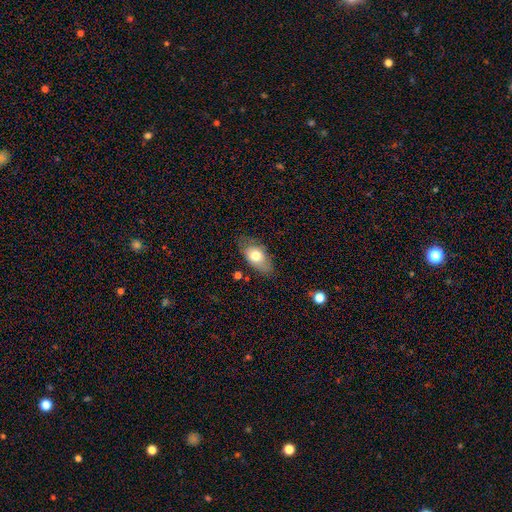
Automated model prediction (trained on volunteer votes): A smooth galaxy with no disk features (71%) that is in between round and cigar-shaped (90%).

Vote fractions:
- Smooth or featured? smooth: 71% / featured or disk: 22% / star or artifact: 7%
- How rounded? in between: 90% / round: 6% / cigar-shaped: 4%
- Merging? none: 68% / minor disturbance: 23% / major disturbance: 6% / merger: 2%